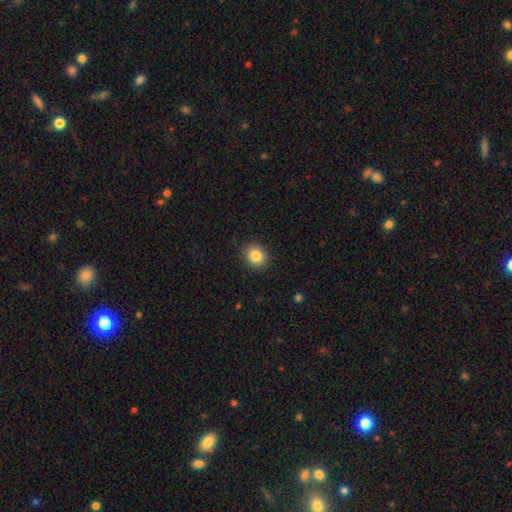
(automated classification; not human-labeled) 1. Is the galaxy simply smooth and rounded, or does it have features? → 85% smooth, 9% star or artifact, 6% featured or disk.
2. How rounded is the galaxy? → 67% round, 32% in between, 1% cigar-shaped.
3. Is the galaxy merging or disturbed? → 89% none, 8% minor disturbance, 2% major disturbance, 1% merger.